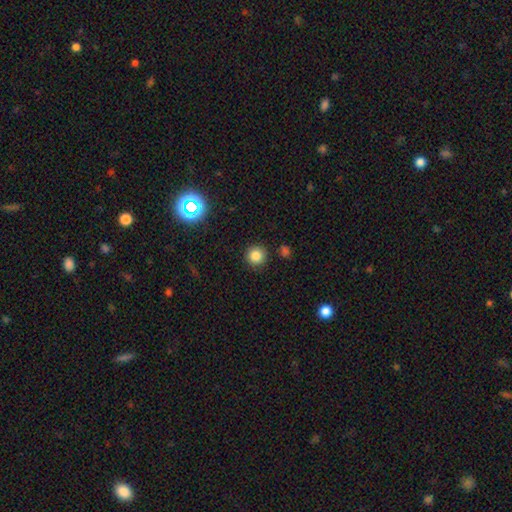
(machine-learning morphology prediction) The model was most divided on "smooth or featured": smooth: 82%, star or artifact: 12%, featured or disk: 5%. More confident: how rounded — round (94%); merging — none (89%).